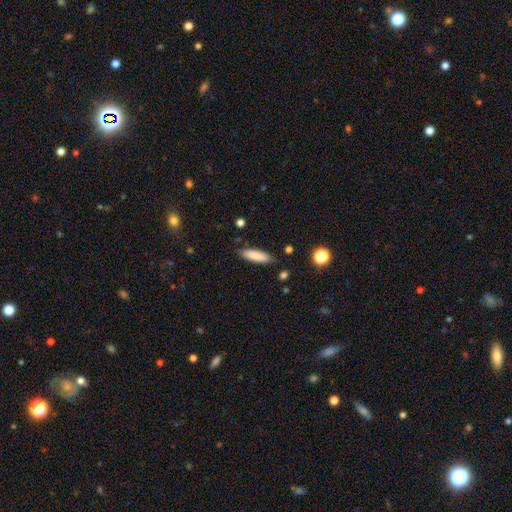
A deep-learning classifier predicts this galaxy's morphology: Smooth or featured?
  - smooth: 86% *
  - featured or disk: 8%
  - star or artifact: 6%
How rounded?
  - cigar-shaped: 57% *
  - in between: 41%
  - round: 2%
Merging?
  - none: 84% *
  - minor disturbance: 11%
  - major disturbance: 2%
  - merger: 2%